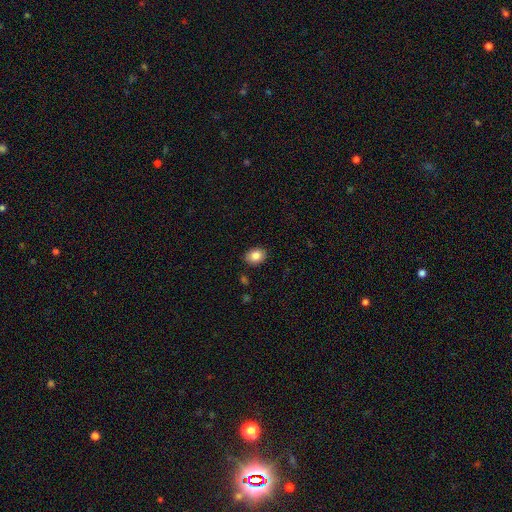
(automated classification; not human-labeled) A smooth galaxy with no disk features (85%) that is in between round and cigar-shaped (64%).

Vote fractions:
- Smooth or featured? smooth: 85% / star or artifact: 8% / featured or disk: 7%
- How rounded? in between: 64% / round: 35% / cigar-shaped: 1%
- Merging? none: 88% / minor disturbance: 9% / major disturbance: 2% / merger: 1%